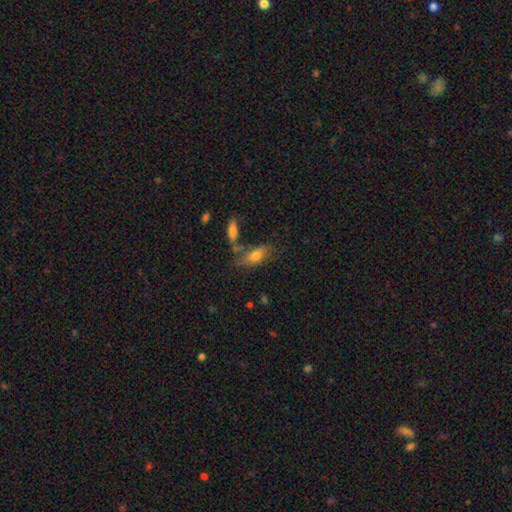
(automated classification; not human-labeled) This is likely a smooth galaxy (72%). How rounded: likely in between (77%). Merging: possibly none (53%).